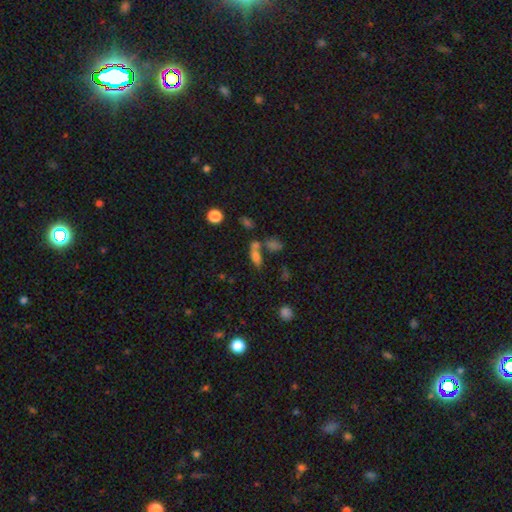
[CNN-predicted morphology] Smooth or featured? Predicted: smooth (p=0.64). How rounded? Predicted: in between (p=0.66). Merging? Predicted: merger (p=0.44).